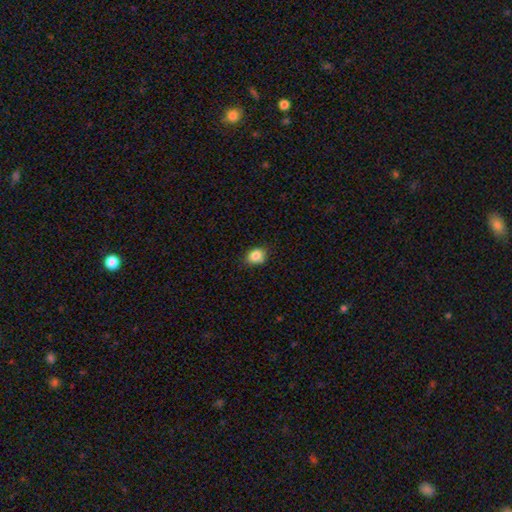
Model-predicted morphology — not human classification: smooth 85%, star or artifact 10%, featured or disk 5%. Down the decision tree: how rounded — round (51%); merging — none (78%).